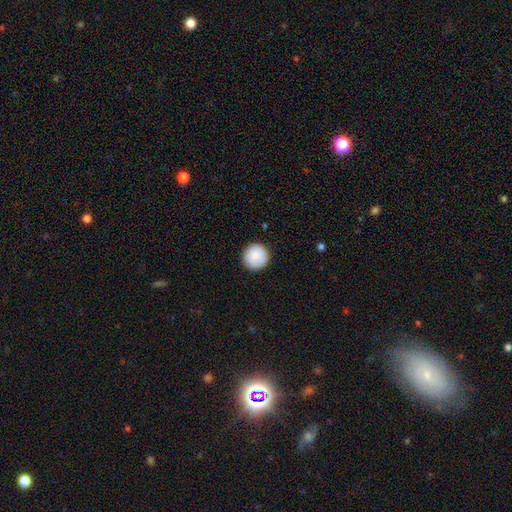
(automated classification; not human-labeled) smooth 88%, star or artifact 7%, featured or disk 5%. Down the decision tree: how rounded — round (96%); merging — none (91%).